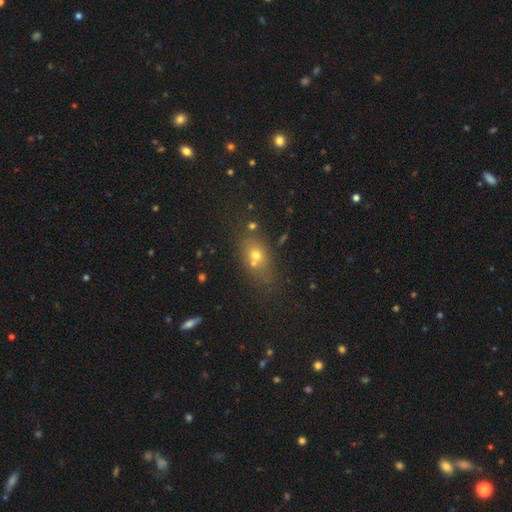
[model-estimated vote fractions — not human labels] smooth_or_featured: smooth (p=0.55) [alt: star or artifact p=0.29]
how_rounded: in between (p=0.50) [alt: round p=0.42]
merging: none (p=0.56) [alt: merger p=0.22]